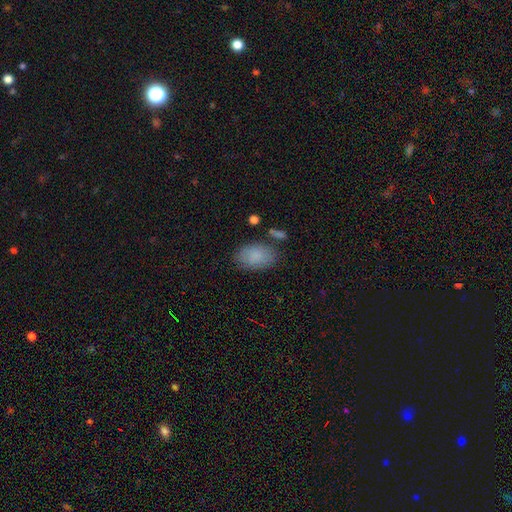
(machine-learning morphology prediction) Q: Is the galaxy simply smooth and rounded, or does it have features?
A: smooth — 85%.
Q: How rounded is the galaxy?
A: in between — 90%.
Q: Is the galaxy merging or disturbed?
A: none — 72%.